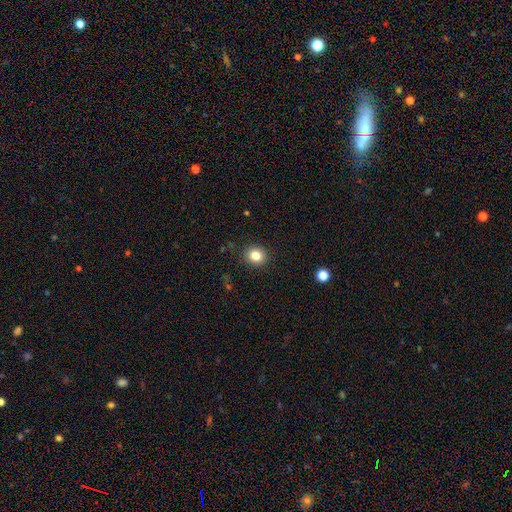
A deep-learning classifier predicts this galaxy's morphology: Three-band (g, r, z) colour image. It shows a smooth galaxy with no disk features (82%) that is round (83%). Merging: none (90%).